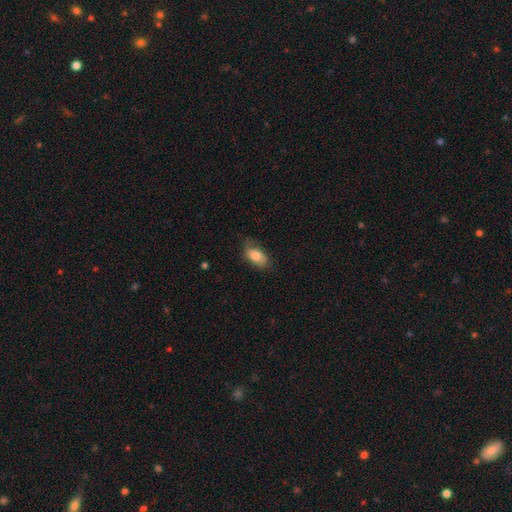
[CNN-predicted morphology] Smooth or featured? Predicted: smooth (p=0.80). How rounded? Predicted: in between (p=0.91). Merging? Predicted: none (p=0.68).